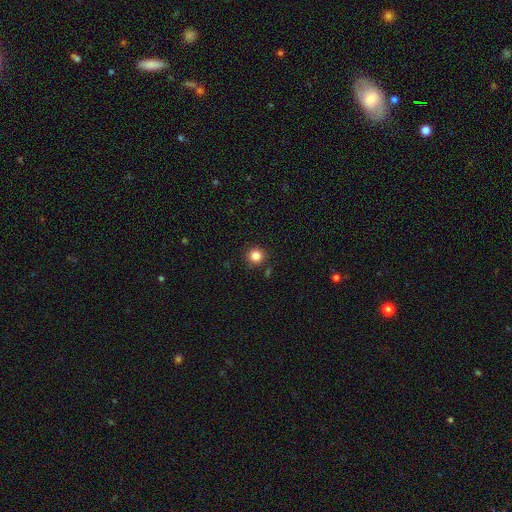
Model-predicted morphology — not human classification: A smooth galaxy with no disk features (84%) that is round (93%). Merging: none (89%).